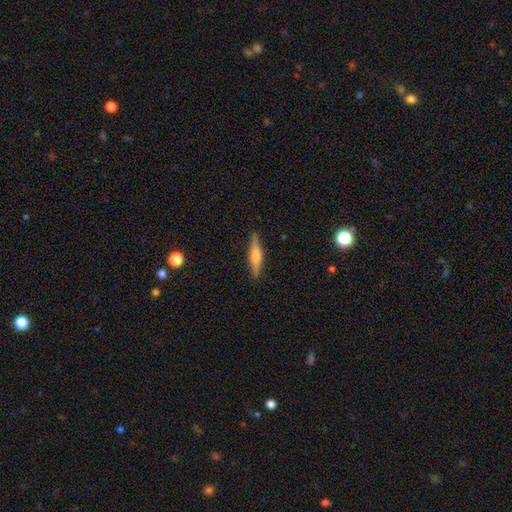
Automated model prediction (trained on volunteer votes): A featured or disk galaxy (57%) viewed edge-on (96%) with a rounded central bulge (71%).

Vote fractions:
- Smooth or featured? featured or disk: 57% / smooth: 37% / star or artifact: 7%
- Edge-on disk? yes: 96% / no: 4%
- Edge-on bulge? rounded: 71% / boxy: 21% / none: 8%
- Merging? none: 90% / minor disturbance: 8% / major disturbance: 2% / merger: 1%